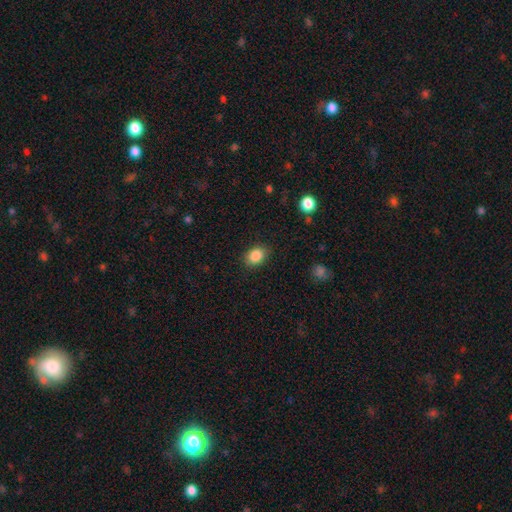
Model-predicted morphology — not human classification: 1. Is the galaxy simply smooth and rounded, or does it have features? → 86% smooth, 9% star or artifact, 5% featured or disk.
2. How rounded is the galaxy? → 68% in between, 31% round, 1% cigar-shaped.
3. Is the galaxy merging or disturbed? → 85% none, 11% minor disturbance, 3% major disturbance, 1% merger.